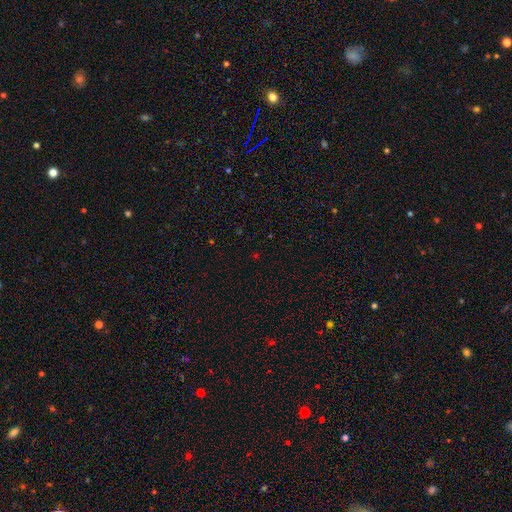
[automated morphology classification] type=star or artifact (65%).